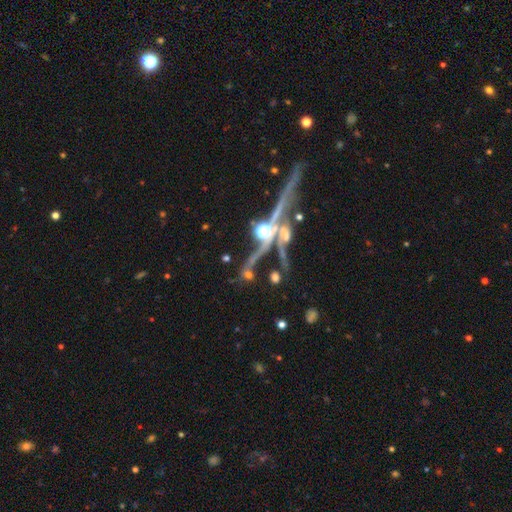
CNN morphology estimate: Smooth or featured: featured or disk — 48% (star or artifact — 38%)
Merging: none — 62% (merger — 17%)